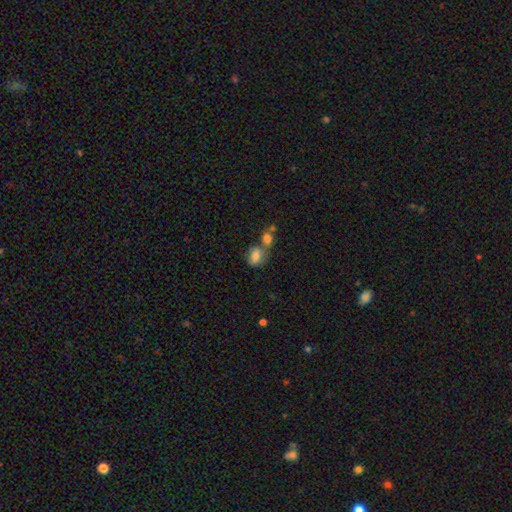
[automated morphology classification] This appears to be a smooth galaxy with no disk features (79%) that is in between round and cigar-shaped (66%). Merging: merger (43%).